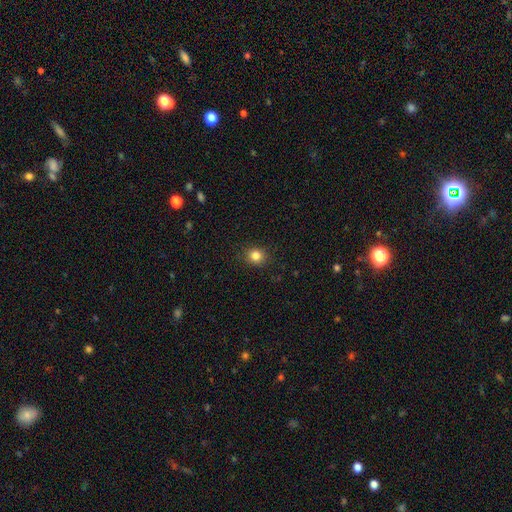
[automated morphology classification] Smooth or featured: smooth — 83% (star or artifact — 12%)
How rounded: round — 78% (in between — 21%)
Merging: none — 89% (minor disturbance — 8%)